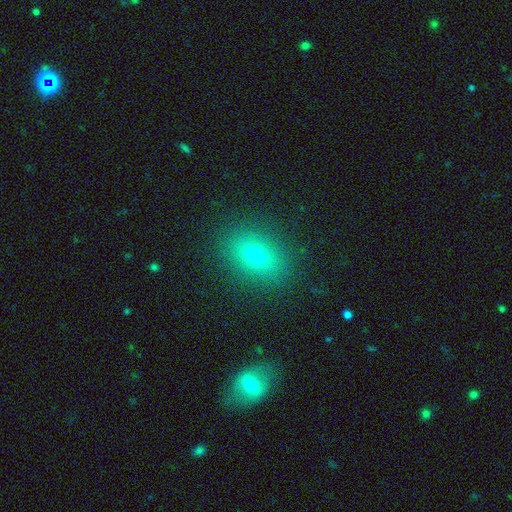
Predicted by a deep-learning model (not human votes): Smooth or featured?
  - smooth: 70% *
  - star or artifact: 15%
  - featured or disk: 14%
How rounded?
  - in between: 69% *
  - round: 29%
  - cigar-shaped: 2%
Merging?
  - none: 87% *
  - minor disturbance: 8%
  - major disturbance: 3%
  - merger: 1%